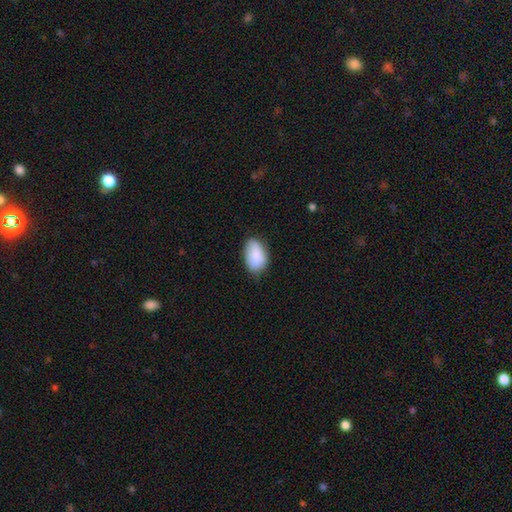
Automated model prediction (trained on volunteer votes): The model was most divided on "merging": none: 73%, minor disturbance: 23%, major disturbance: 4%, merger: 1%. More confident: how rounded — in between (92%); smooth or featured — smooth (86%).